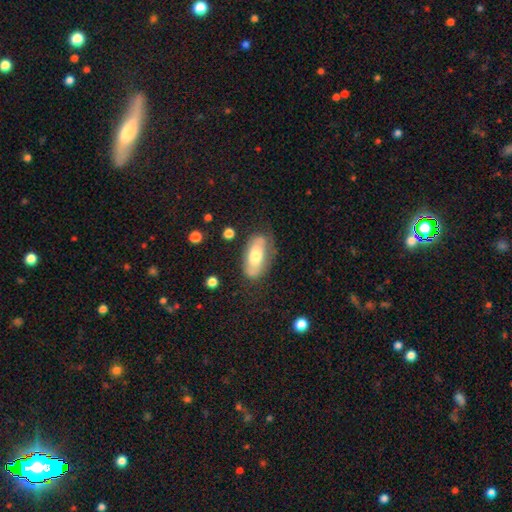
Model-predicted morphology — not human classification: smooth 57%, featured or disk 36%, star or artifact 6%. Down the decision tree: how rounded — in between (89%); merging — none (67%).